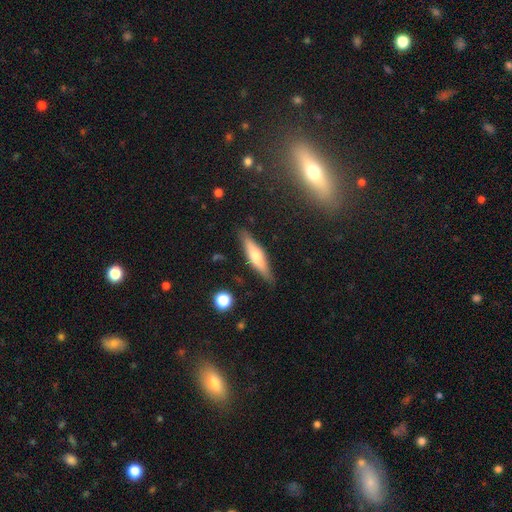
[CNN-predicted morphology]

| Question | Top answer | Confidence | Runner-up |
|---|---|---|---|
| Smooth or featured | smooth | 49% | featured or disk (44%) |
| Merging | none | 84% | minor disturbance (11%) |